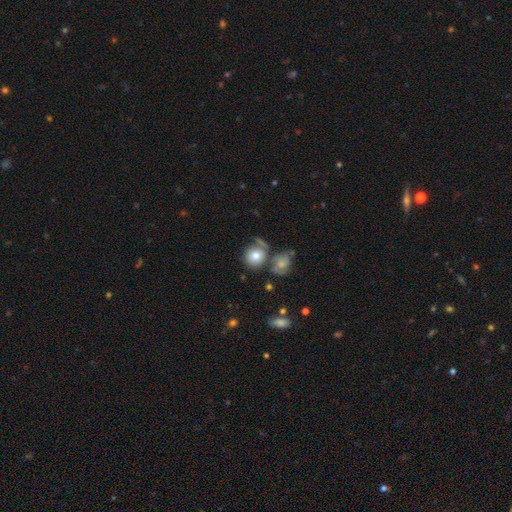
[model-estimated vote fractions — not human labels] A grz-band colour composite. It shows a smooth galaxy with no disk features (76%) that is round (80%). Merging: none (53%).